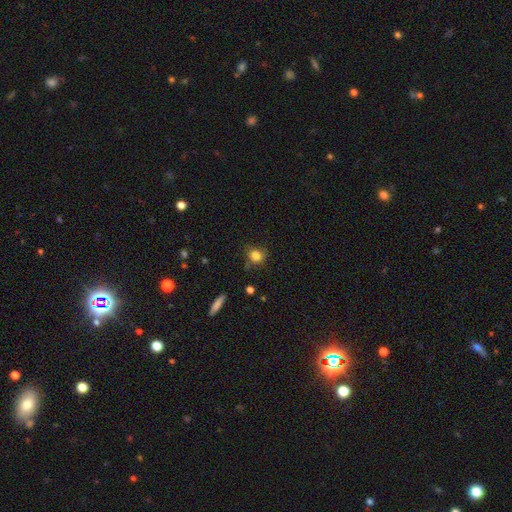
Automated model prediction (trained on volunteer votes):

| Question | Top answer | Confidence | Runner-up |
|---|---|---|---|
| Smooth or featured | smooth | 80% | star or artifact (11%) |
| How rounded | round | 72% | in between (27%) |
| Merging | none | 65% | minor disturbance (24%) |